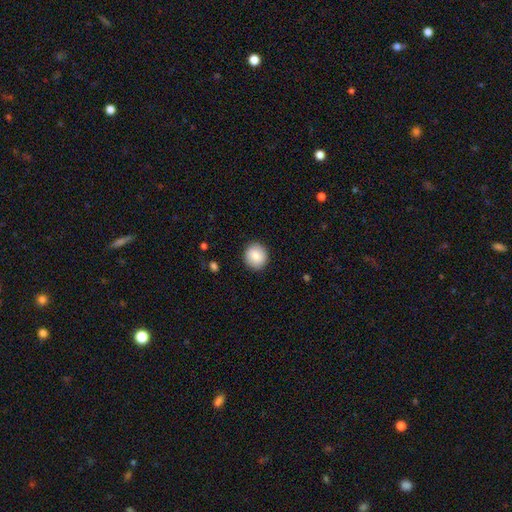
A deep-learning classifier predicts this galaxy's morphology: Smooth or featured? Predicted: smooth (p=0.84). How rounded? Predicted: round (p=0.89). Merging? Predicted: none (p=0.90).